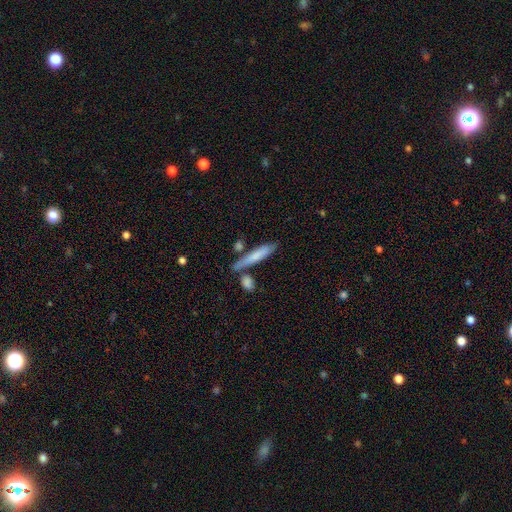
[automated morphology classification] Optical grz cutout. It shows a smooth galaxy with no disk features (72%) that is cigar-shaped (85%). Merging: none (68%).